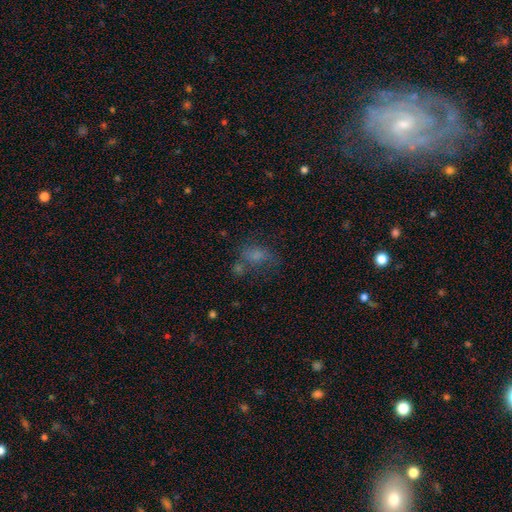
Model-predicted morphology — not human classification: This appears to be a smooth galaxy with no disk features (58%) that is in between round and cigar-shaped (74%). Merging: none (40%).